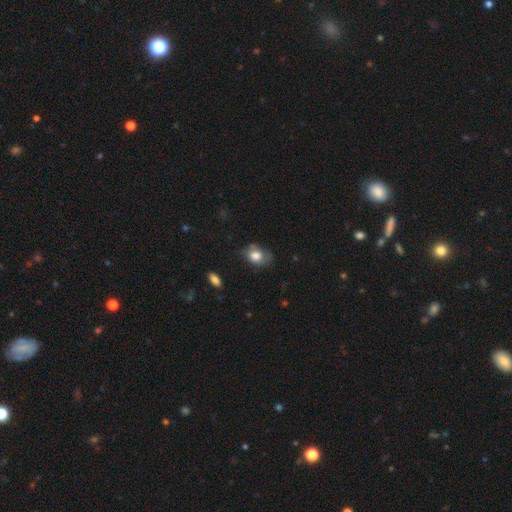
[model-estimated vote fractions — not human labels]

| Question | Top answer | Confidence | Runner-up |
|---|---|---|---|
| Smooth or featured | smooth | 75% | featured or disk (17%) |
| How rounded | in between | 69% | round (30%) |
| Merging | none | 53% | minor disturbance (32%) |